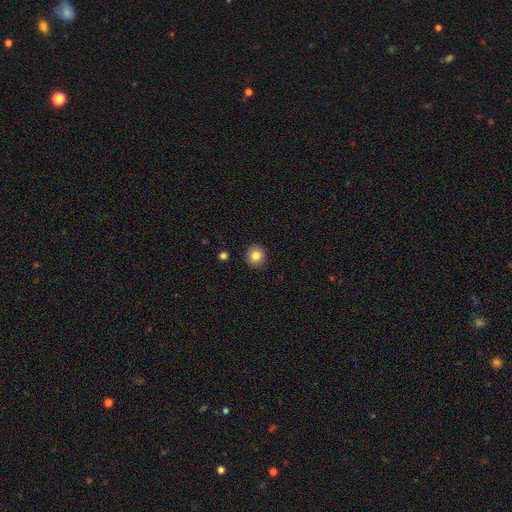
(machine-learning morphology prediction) Smooth or featured: smooth — 83% (star or artifact — 10%)
How rounded: round — 93% (in between — 6%)
Merging: none — 92% (minor disturbance — 5%)